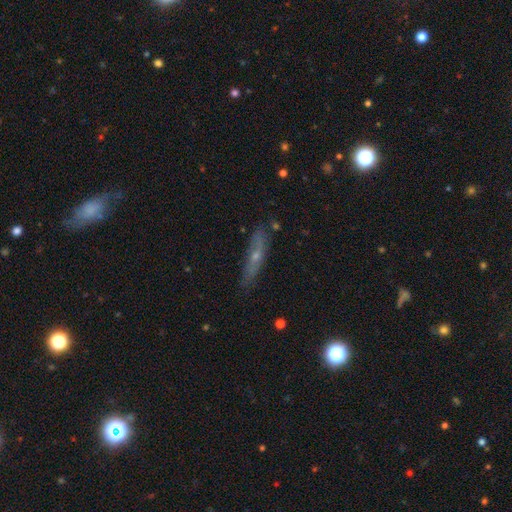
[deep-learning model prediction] Morphology: type=featured or disk (54%); edge-on=yes (76%); merging=none (78%).